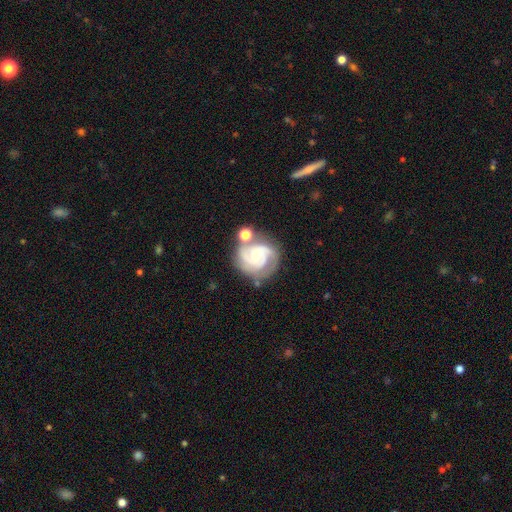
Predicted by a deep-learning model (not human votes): This is clearly a featured or disk galaxy (84%). It is clearly not viewed edge-on (98%). Bar: possibly no (57%). Spiral arm pattern: clearly yes (96%). Spiral arm count: possibly 2 (57%). Spiral winding: possibly tight (55%). Central bulge: possibly small (47%, tied with moderate). Merging: possibly none (57%).